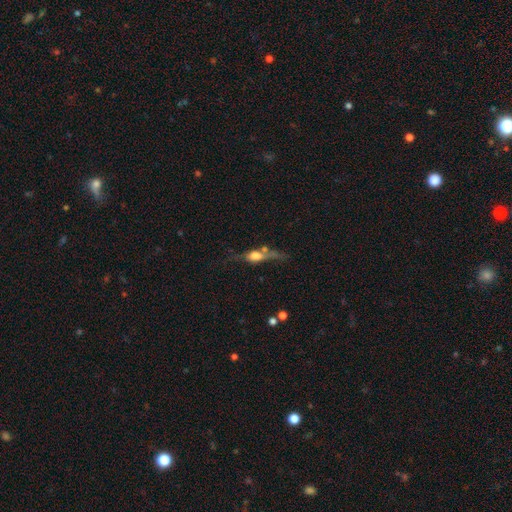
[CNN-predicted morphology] smooth_or_featured: featured or disk (p=0.51) [alt: smooth p=0.39]
disk_edge_on: yes (p=0.77) [alt: no p=0.23]
merging: none (p=0.42) [alt: minor disturbance p=0.22]